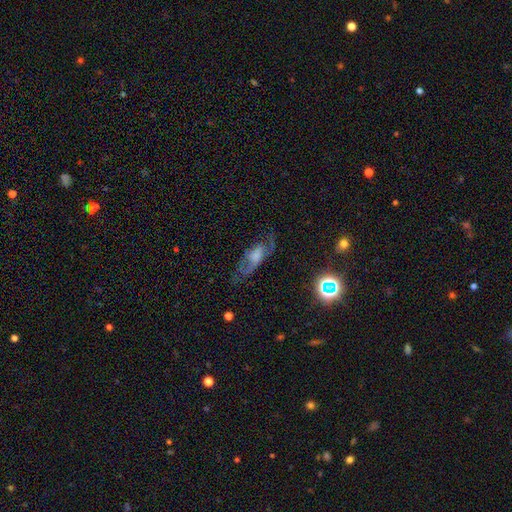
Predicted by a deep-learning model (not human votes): This appears to be a featured or disk galaxy (57%). Merging: none (52%).